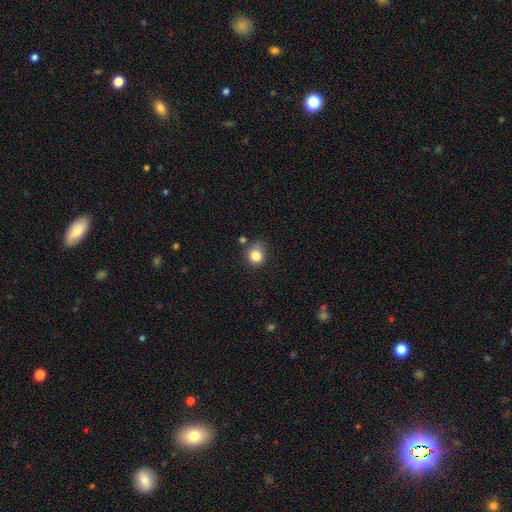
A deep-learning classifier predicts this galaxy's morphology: This appears to be a smooth galaxy with no disk features (82%) that is round (79%). Merging: none (64%).